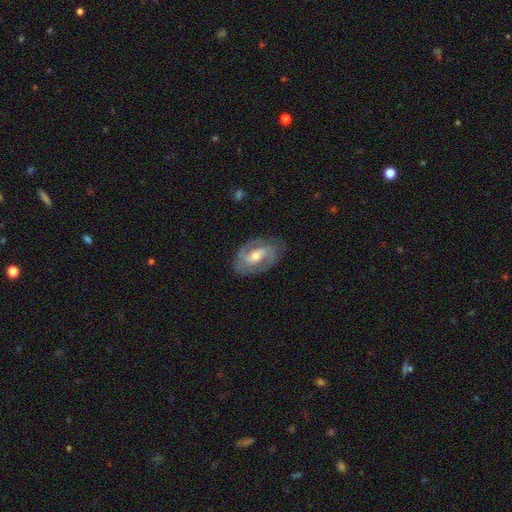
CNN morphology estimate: This is likely a featured or disk galaxy (80%). It is clearly not viewed edge-on (95%). Bar: marginally weak (43%). Spiral arm pattern: clearly yes (88%). Spiral arm count: likely 2 (78%). Spiral winding: marginally tight (44%). Central bulge: likely moderate (63%). Merging: likely none (77%).